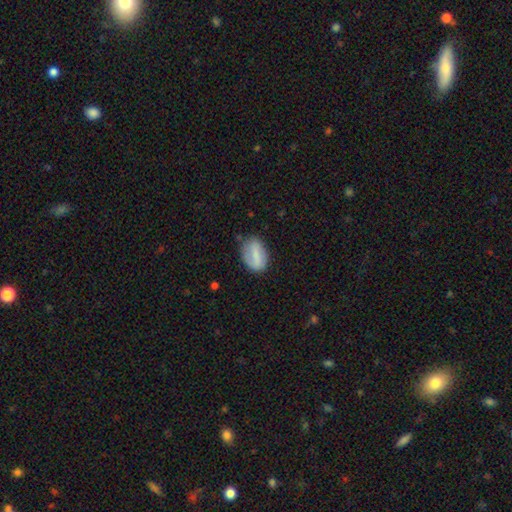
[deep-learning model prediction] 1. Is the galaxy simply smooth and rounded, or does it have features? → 71% smooth, 22% featured or disk, 7% star or artifact.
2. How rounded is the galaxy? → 86% in between, 12% round, 3% cigar-shaped.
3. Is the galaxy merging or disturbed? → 68% none, 23% minor disturbance, 7% major disturbance, 2% merger.